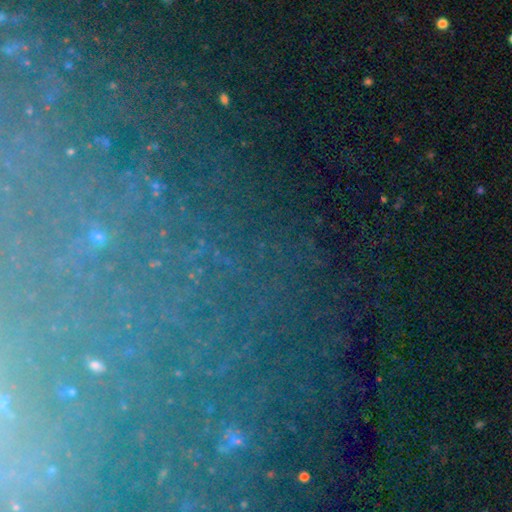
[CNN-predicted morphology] This is possibly a star or artifact rather than a galaxy (60%).